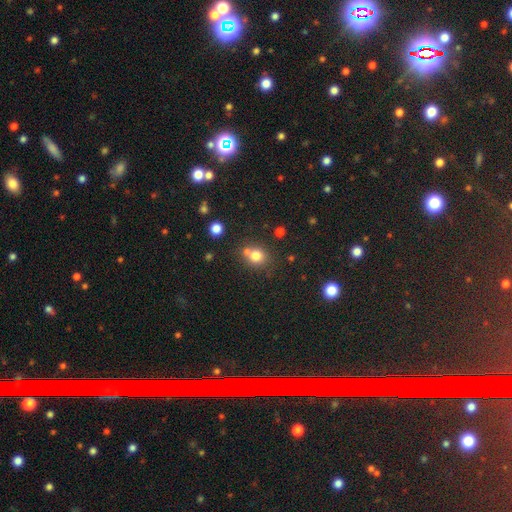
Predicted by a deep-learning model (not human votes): Smooth or featured? smooth (78%)
How rounded? round (80%)
Merging? none (58%)